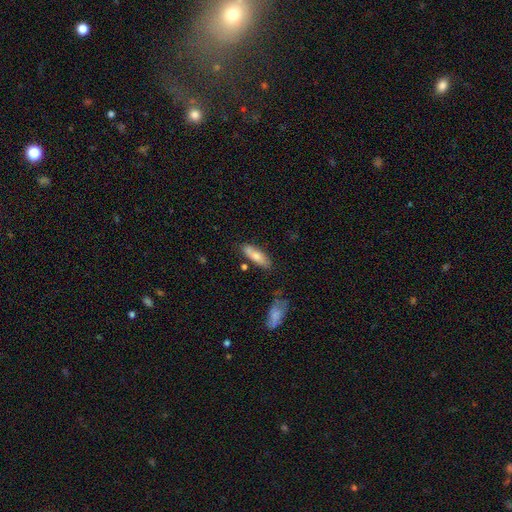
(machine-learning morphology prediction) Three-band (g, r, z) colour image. It shows a smooth galaxy with no disk features (71%) that is in between round and cigar-shaped (58%). Merging: none (74%).